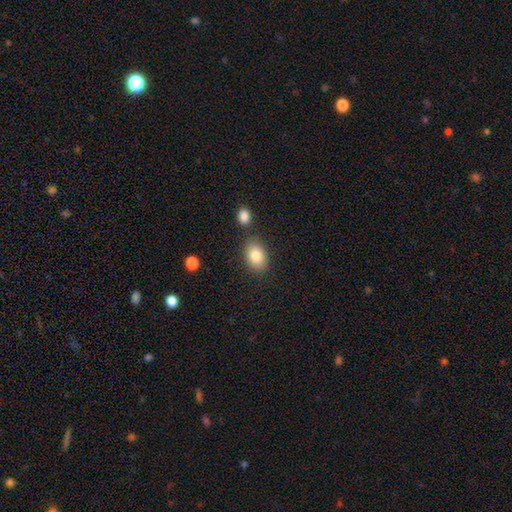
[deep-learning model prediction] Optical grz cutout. It shows a smooth galaxy with no disk features (83%) that is in between round and cigar-shaped (82%). Merging: none (77%).